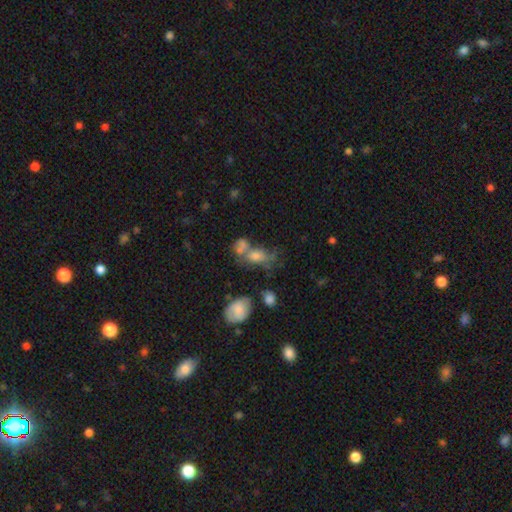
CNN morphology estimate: Smooth or featured: smooth — 59% (featured or disk — 25%)
How rounded: in between — 75% (round — 20%)
Merging: merger — 40% (none — 30%)